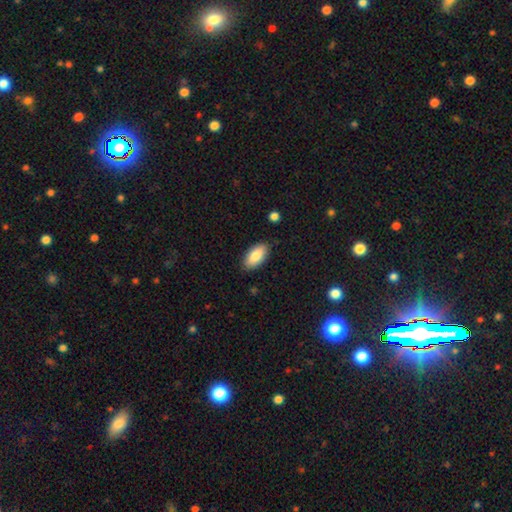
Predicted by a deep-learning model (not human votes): Overall: smooth (85%). How rounded: in between (92%). Merging: none (86%).